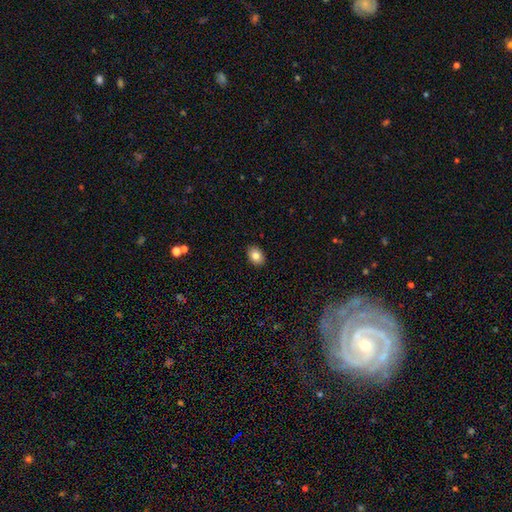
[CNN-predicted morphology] Q: Smooth or featured?
A: smooth (84%); runner-up: star or artifact (8%)
Q: How rounded?
A: in between (76%); runner-up: round (23%)
Q: Merging?
A: none (90%); runner-up: minor disturbance (7%)